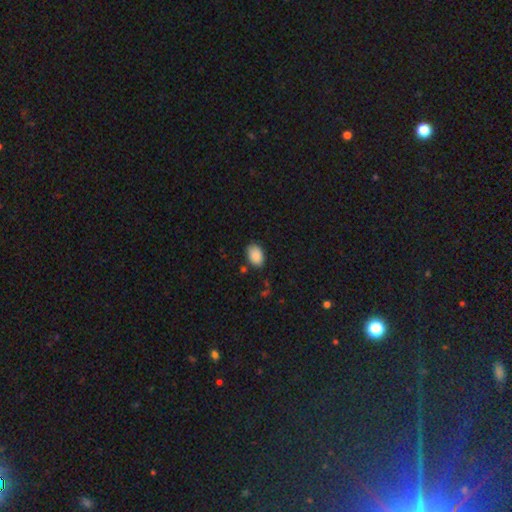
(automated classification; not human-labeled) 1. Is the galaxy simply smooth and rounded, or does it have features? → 89% smooth, 7% star or artifact, 4% featured or disk.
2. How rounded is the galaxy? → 87% in between, 12% round, 1% cigar-shaped.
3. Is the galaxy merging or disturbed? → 80% none, 15% minor disturbance, 3% major disturbance, 2% merger.